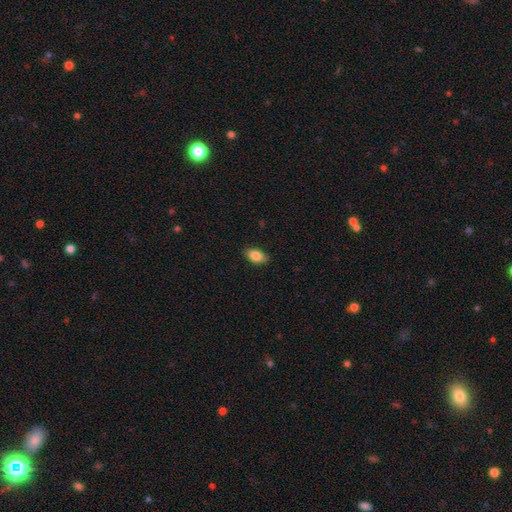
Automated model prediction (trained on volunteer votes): Overall: smooth (85%). How rounded: in between (89%). Merging: none (85%).